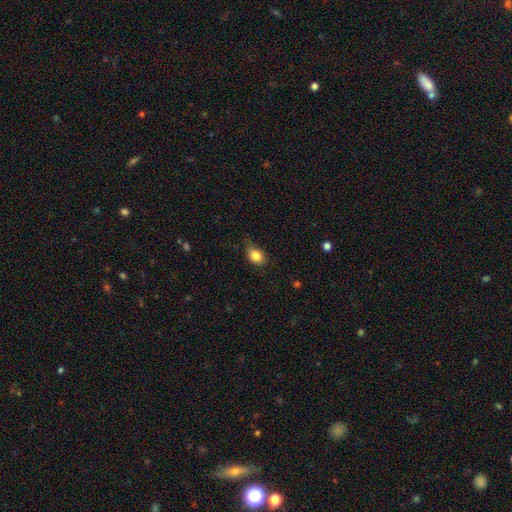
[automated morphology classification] This appears to be a smooth galaxy with no disk features (84%) that is in between round and cigar-shaped (59%). Merging: none (61%).